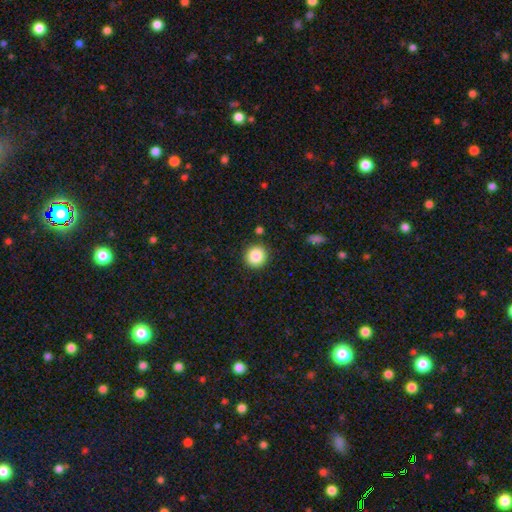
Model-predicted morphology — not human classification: Smooth or featured? smooth (86%)
How rounded? round (93%)
Merging? none (89%)